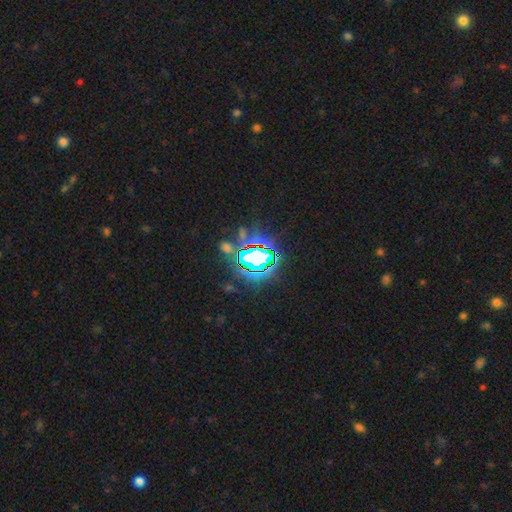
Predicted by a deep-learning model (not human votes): smooth-or-featured: star or artifact: 75% | smooth: 14% | featured or disk: 11%